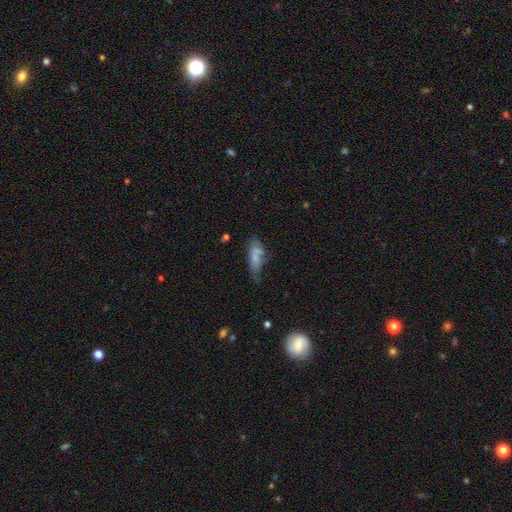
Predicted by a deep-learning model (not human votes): A smooth galaxy with no disk features (66%) that is in between round and cigar-shaped (72%). Merging: none (39%).